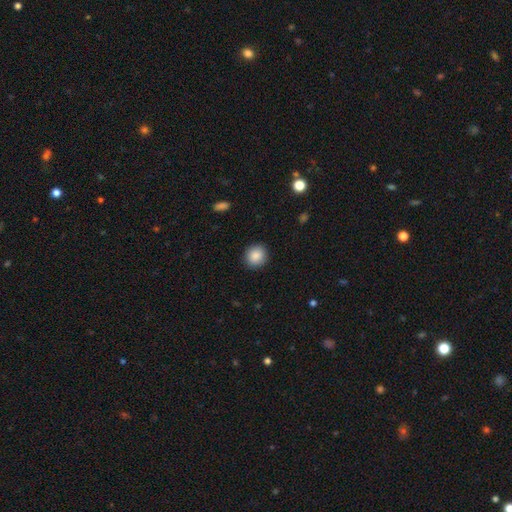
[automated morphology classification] Smooth or featured? Predicted: smooth (p=0.88). How rounded? Predicted: round (p=0.84). Merging? Predicted: none (p=0.90).